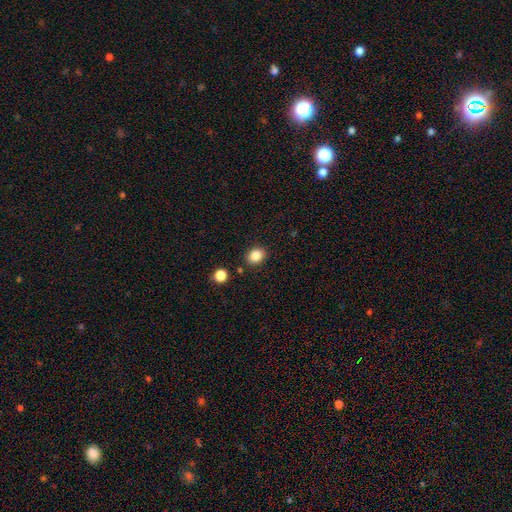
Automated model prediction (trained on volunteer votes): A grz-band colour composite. It shows a smooth galaxy with no disk features (85%) that is in between round and cigar-shaped (53%). Merging: none (86%).